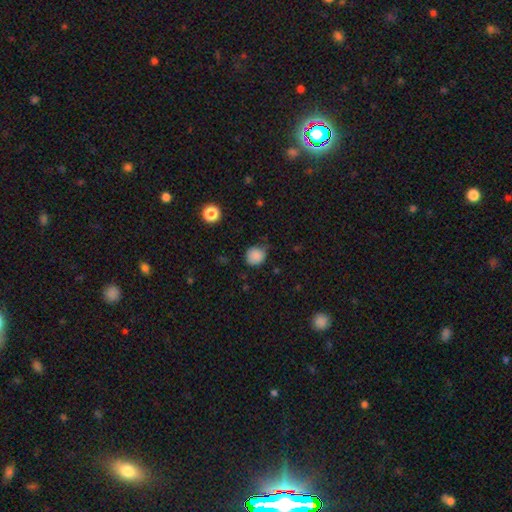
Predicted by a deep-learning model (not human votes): This appears to be a smooth galaxy with no disk features (85%) that is round (83%). Merging: none (64%).